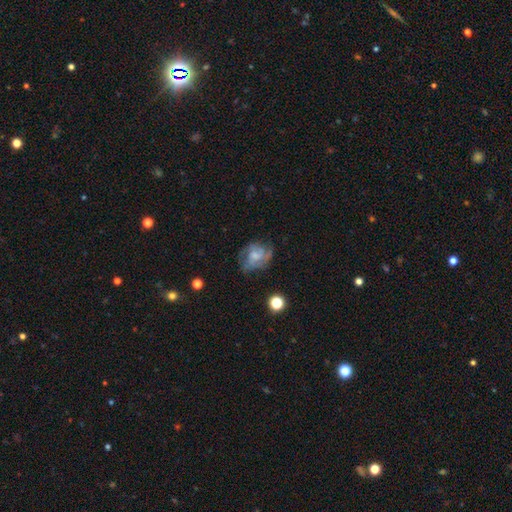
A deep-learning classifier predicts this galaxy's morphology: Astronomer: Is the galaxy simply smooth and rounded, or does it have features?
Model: featured or disk — 63%.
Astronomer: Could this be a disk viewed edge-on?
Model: no — 97%.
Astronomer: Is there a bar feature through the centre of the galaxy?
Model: no — 63%.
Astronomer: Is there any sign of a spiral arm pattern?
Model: yes — 79%.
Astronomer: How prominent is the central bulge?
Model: moderate — 32% (runner-up: small, 30%).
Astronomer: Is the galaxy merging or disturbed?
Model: none — 54%.